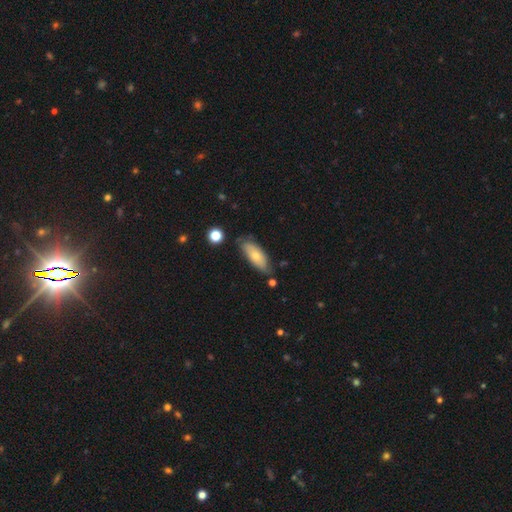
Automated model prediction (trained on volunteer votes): A smooth galaxy with no disk features (70%) that is in between round and cigar-shaped (74%). Merging: none (69%).